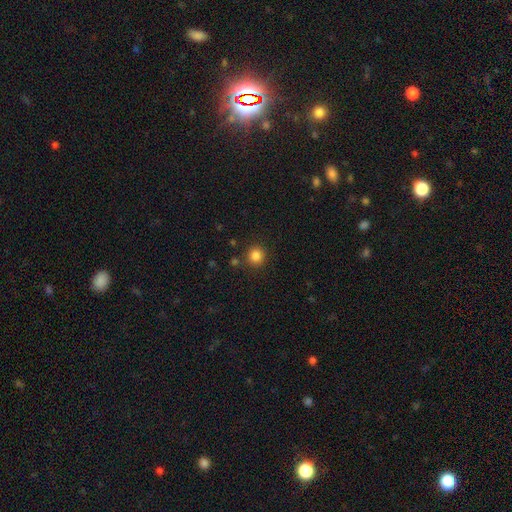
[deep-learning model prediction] A smooth galaxy with no disk features (84%) that is round (92%). Merging: none (87%).